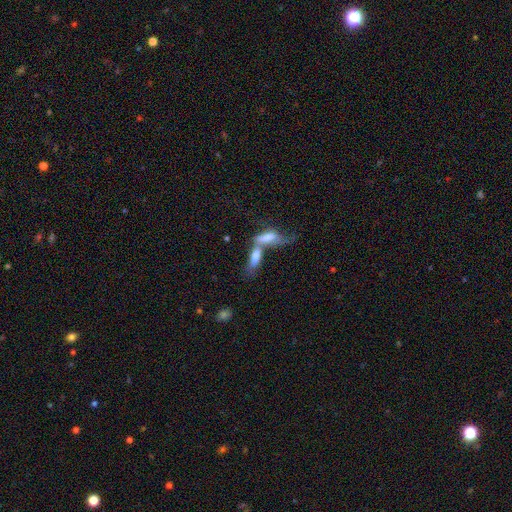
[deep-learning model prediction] smooth-or-featured: smooth: 61% | featured or disk: 29% | star or artifact: 10%
  how-rounded: in between: 57% | cigar-shaped: 40% | round: 3%
  merging: merger: 68% | none: 17% | minor disturbance: 7% | major disturbance: 7%